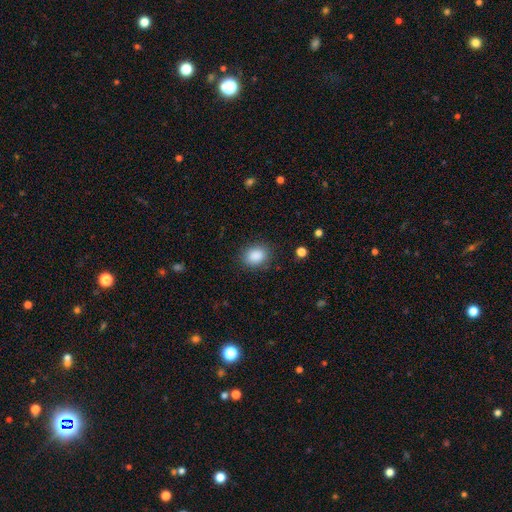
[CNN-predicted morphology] Smooth or featured?
  - smooth: 88% *
  - star or artifact: 9%
  - featured or disk: 4%
How rounded?
  - in between: 50% *
  - round: 49%
  - cigar-shaped: 1%
Merging?
  - none: 85% *
  - minor disturbance: 10%
  - major disturbance: 3%
  - merger: 1%